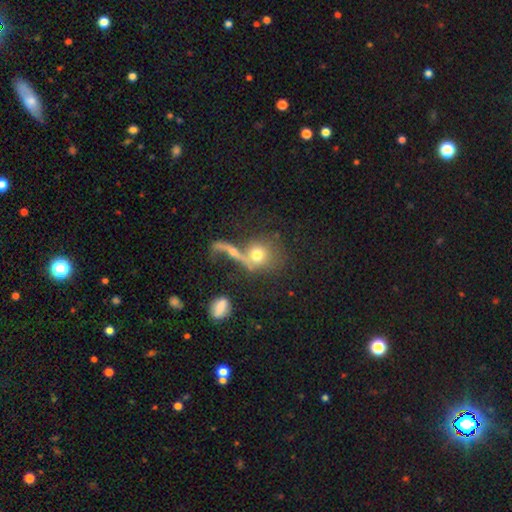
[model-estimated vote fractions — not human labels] This appears to be a smooth galaxy with no disk features (61%) that is round (77%). Merging: merger (38%).